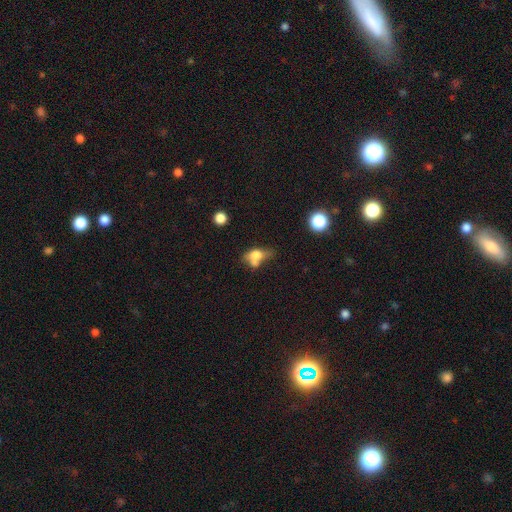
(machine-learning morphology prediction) A smooth galaxy with no disk features (66%) that is in between round and cigar-shaped (67%). Merging: merger (34%).